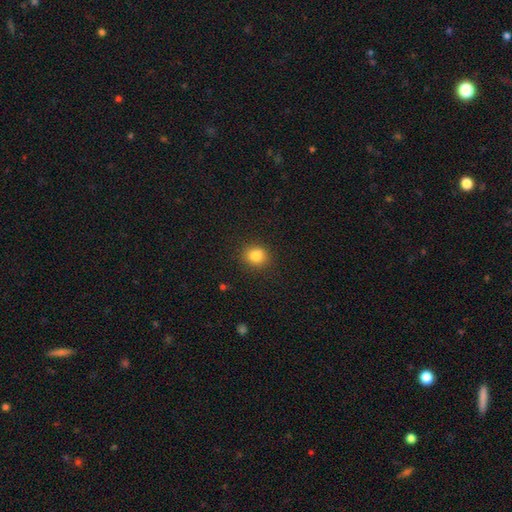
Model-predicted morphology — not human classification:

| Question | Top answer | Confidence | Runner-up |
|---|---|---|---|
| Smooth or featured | smooth | 83% | star or artifact (11%) |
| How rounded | round | 76% | in between (23%) |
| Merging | none | 85% | minor disturbance (10%) |